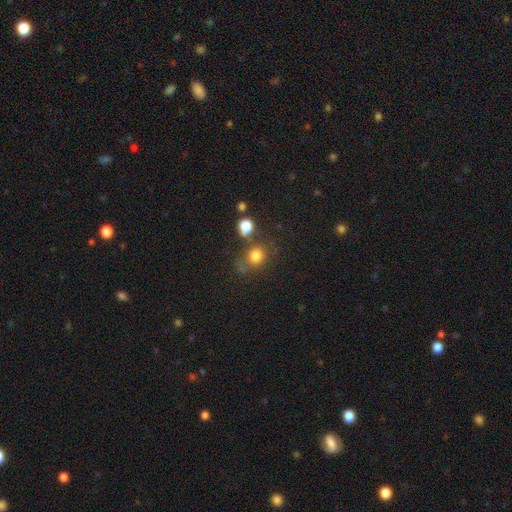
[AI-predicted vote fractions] The model was most divided on "merging": none: 60%, merger: 17%, minor disturbance: 16%, major disturbance: 8%. More confident: smooth or featured — smooth (77%); how rounded — round (74%).